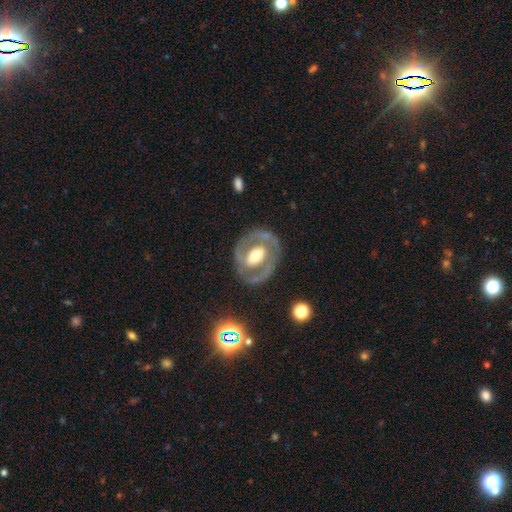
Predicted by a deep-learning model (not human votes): Smooth or featured: featured or disk — 72% (smooth — 23%)
Edge-on disk: no — 95% (yes — 5%)
Bar: no — 43% (weak — 31%)
Spiral arms: no — 55% (yes — 45%)
Bulge size: moderate — 60% (large — 27%)
Merging: none — 74% (minor disturbance — 15%)